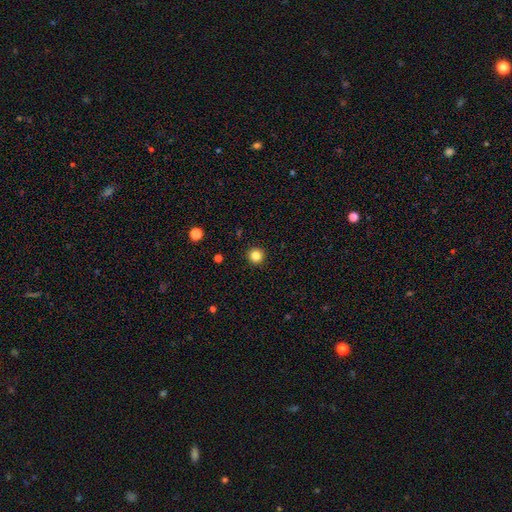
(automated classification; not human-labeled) A smooth galaxy with no disk features (84%) that is round (96%).

Vote fractions:
- Smooth or featured? smooth: 84% / star or artifact: 11% / featured or disk: 4%
- How rounded? round: 96% / in between: 4% / cigar-shaped: 1%
- Merging? none: 93% / minor disturbance: 4% / major disturbance: 2% / merger: 1%